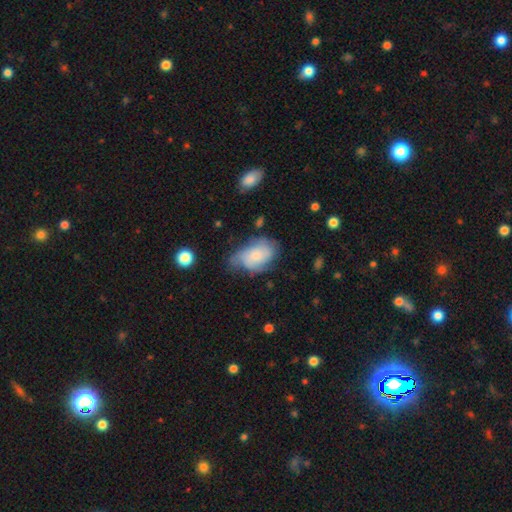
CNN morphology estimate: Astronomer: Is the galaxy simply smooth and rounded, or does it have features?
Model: smooth — 48% (runner-up: featured or disk, 44%).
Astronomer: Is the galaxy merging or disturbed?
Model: none — 42% (runner-up: minor disturbance, 36%).